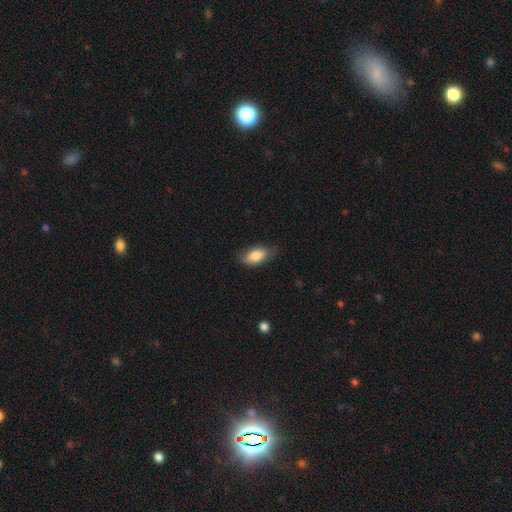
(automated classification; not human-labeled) This is clearly a smooth galaxy (82%). How rounded: clearly in between (89%). Merging: likely none (72%).